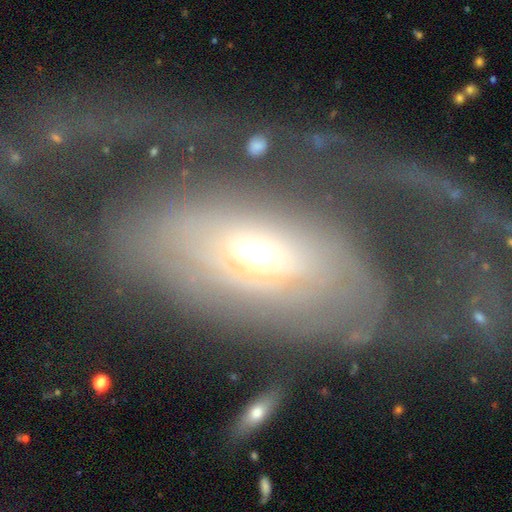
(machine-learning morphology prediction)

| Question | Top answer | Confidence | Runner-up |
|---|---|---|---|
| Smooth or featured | featured or disk | 73% | smooth (20%) |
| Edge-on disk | no | 90% | yes (10%) |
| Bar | no | 69% | weak (20%) |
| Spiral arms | yes | 56% | no (44%) |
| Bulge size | small | 44% | moderate (43%) |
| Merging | major disturbance | 42% | none (41%) |